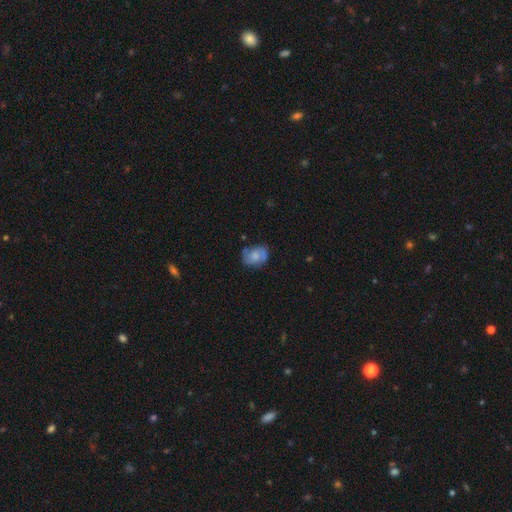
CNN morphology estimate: Overall: featured or disk (47%; smooth 45%). Merging: none (64%).